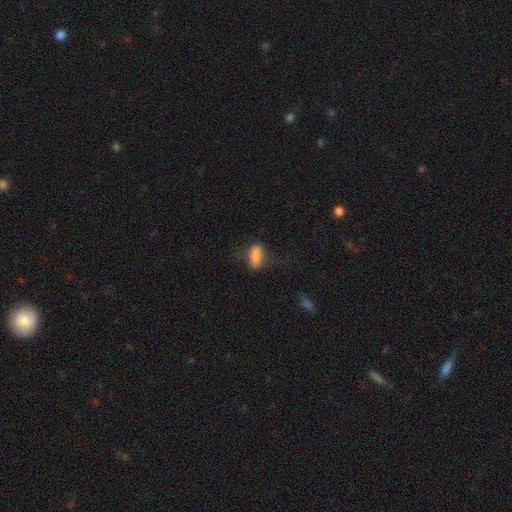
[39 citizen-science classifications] smooth_or_featured: smooth (p=0.85) [alt: featured or disk p=0.10]
how_rounded: in between (p=0.70) [alt: cigar-shaped p=0.30]
merging: none (p=0.68) [alt: minor disturbance p=0.19]